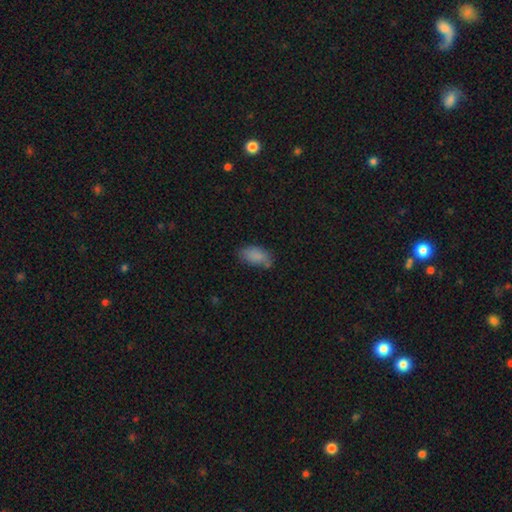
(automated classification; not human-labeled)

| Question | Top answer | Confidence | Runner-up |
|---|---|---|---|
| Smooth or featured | smooth | 85% | star or artifact (8%) |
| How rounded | in between | 93% | round (4%) |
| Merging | none | 66% | minor disturbance (24%) |